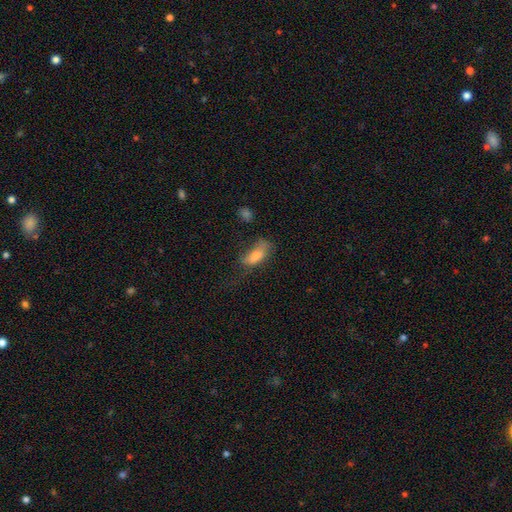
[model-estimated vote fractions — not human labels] A smooth galaxy with no disk features (71%) that is in between round and cigar-shaped (80%).

Vote fractions:
- Smooth or featured? smooth: 71% / featured or disk: 18% / star or artifact: 10%
- How rounded? in between: 80% / cigar-shaped: 17% / round: 4%
- Merging? major disturbance: 35% / none: 33% / minor disturbance: 28% / merger: 4%